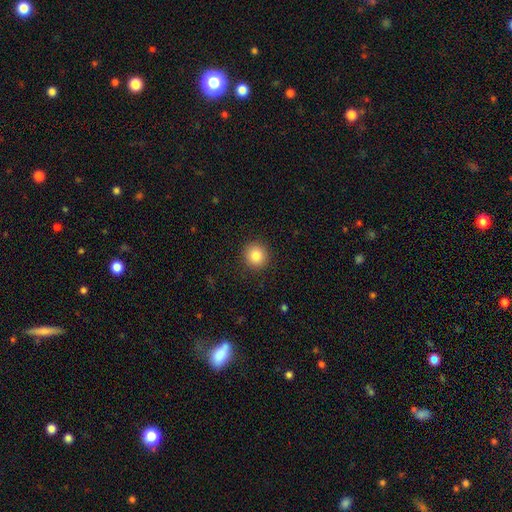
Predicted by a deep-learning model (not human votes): Smooth or featured? Predicted: smooth (p=0.84). How rounded? Predicted: round (p=0.90). Merging? Predicted: none (p=0.91).